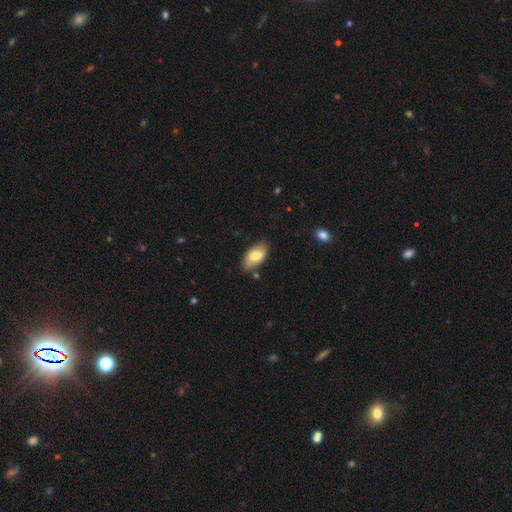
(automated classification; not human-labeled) Smooth or featured? Predicted: smooth (p=0.78). How rounded? Predicted: in between (p=0.94). Merging? Predicted: none (p=0.78).